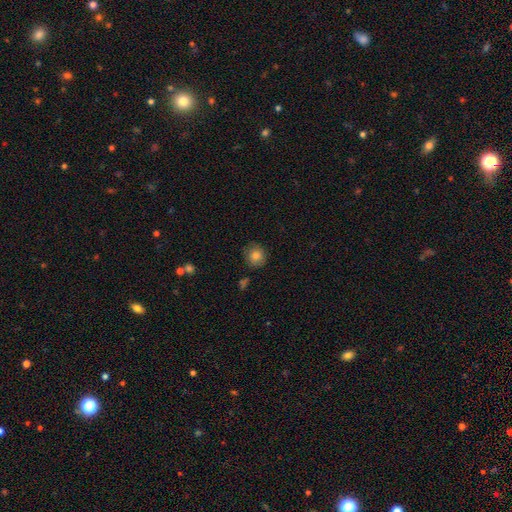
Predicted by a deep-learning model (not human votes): This appears to be a smooth galaxy with no disk features (80%) that is round (90%). Merging: none (81%).